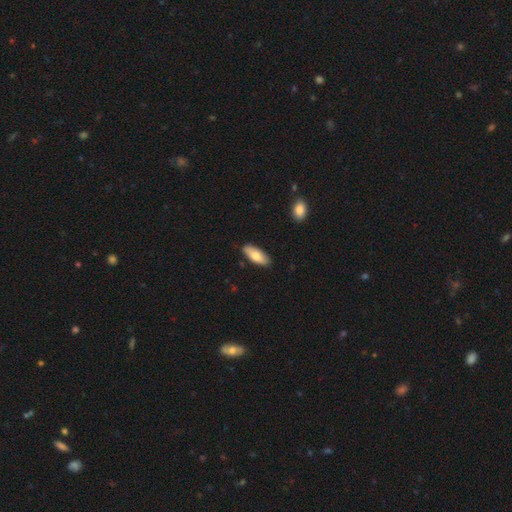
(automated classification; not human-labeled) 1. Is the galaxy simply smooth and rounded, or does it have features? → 78% smooth, 16% featured or disk, 6% star or artifact.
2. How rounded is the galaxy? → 79% in between, 19% cigar-shaped, 2% round.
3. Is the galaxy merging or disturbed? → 86% none, 11% minor disturbance, 2% major disturbance, 1% merger.